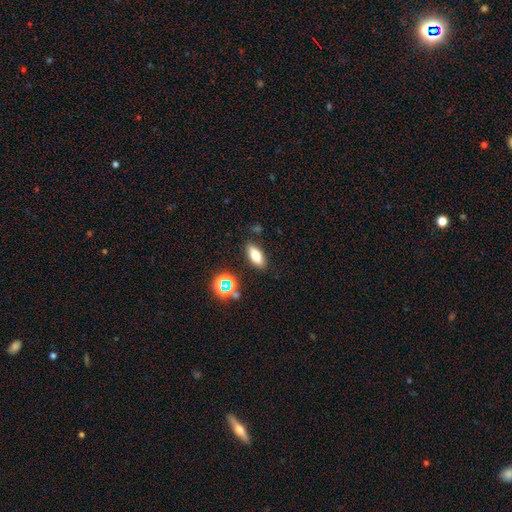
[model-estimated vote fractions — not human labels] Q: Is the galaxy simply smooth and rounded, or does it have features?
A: smooth — 67%.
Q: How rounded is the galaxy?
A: in between — 74%.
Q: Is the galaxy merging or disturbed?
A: none — 86%.